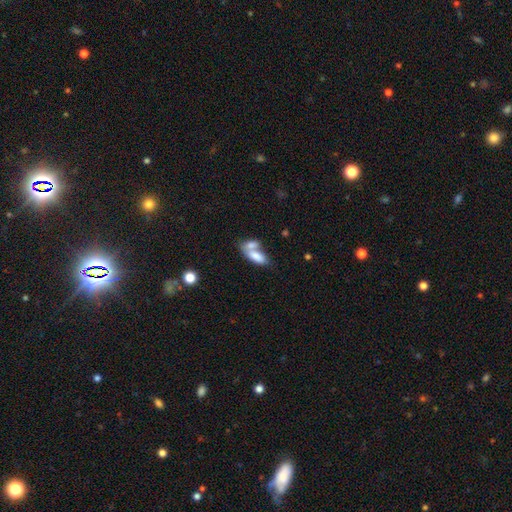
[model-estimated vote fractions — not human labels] smooth-or-featured: smooth: 76% | featured or disk: 17% | star or artifact: 7%
  how-rounded: in between: 82% | cigar-shaped: 14% | round: 4%
  merging: merger: 63% | none: 24% | minor disturbance: 8% | major disturbance: 5%